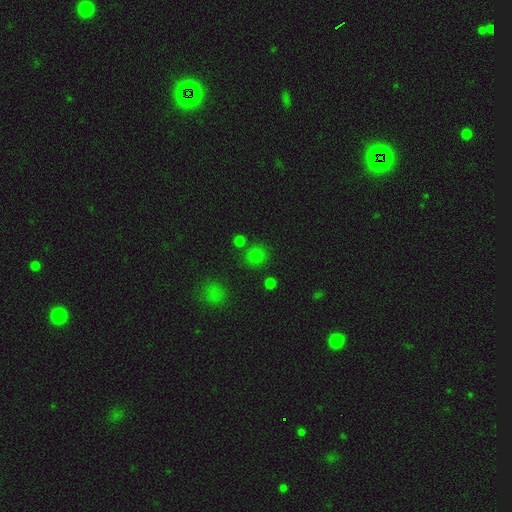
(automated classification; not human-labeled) Smooth or featured: smooth — 76% (star or artifact — 19%)
How rounded: round — 87% (in between — 12%)
Merging: none — 79% (minor disturbance — 9%)